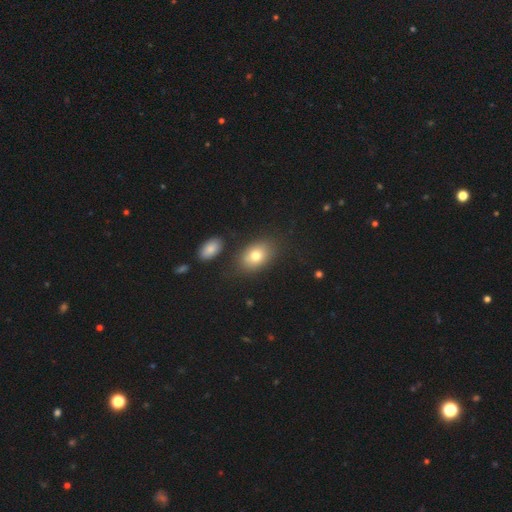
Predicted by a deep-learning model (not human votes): The model was most divided on "how rounded": in between: 78%, round: 20%, cigar-shaped: 1%. More confident: smooth or featured — smooth (76%); merging — none (75%).